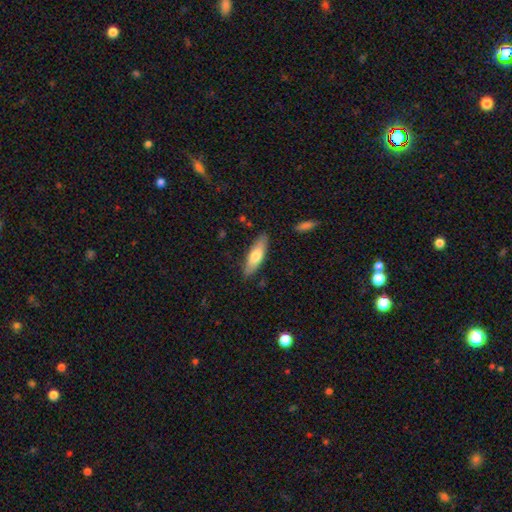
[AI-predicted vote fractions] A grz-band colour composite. It shows a smooth galaxy with no disk features (70%) that is cigar-shaped (50%). Merging: none (84%).